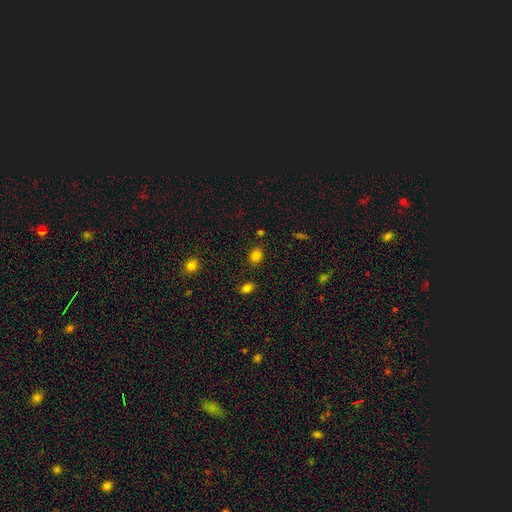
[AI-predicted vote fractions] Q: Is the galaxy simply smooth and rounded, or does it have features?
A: smooth — 82%.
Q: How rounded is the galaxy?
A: round — 58%.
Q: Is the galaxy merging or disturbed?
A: none — 81%.